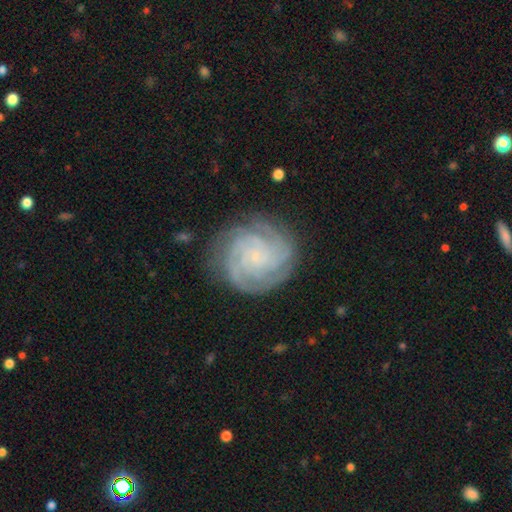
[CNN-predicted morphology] Smooth or featured? Predicted: featured or disk (p=0.85). Edge-on disk? Predicted: no (p=0.98). Bar? Predicted: no (p=0.74). Spiral arms? Predicted: yes (p=0.98). Spiral winding? Predicted: tight (p=0.79). Spiral arm count? Predicted: 4 (p=0.30). Bulge size? Predicted: small (p=0.77). Merging? Predicted: none (p=0.81).